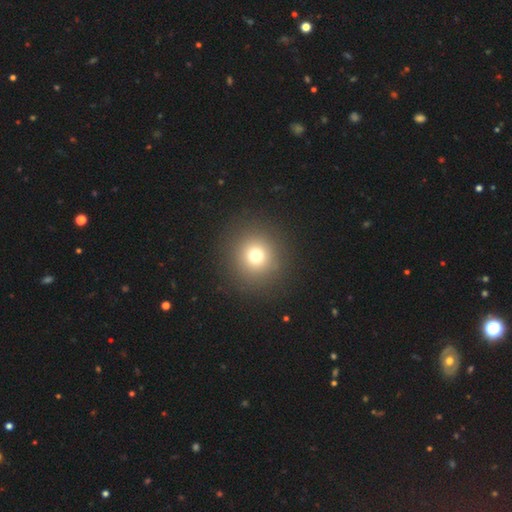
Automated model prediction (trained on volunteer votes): A smooth galaxy with no disk features (72%) that is round (93%).

Vote fractions:
- Smooth or featured? smooth: 72% / star or artifact: 18% / featured or disk: 10%
- How rounded? round: 93% / in between: 6% / cigar-shaped: 1%
- Merging? none: 90% / minor disturbance: 6% / major disturbance: 3% / merger: 1%